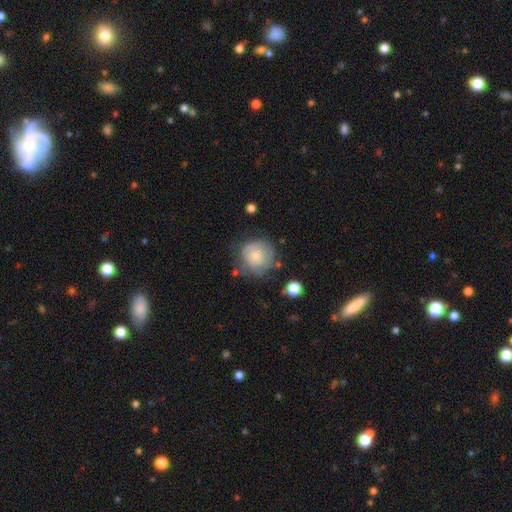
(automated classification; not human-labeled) Overall: smooth (67%). How rounded: round (90%). Merging: none (56%; minor disturbance 27%).